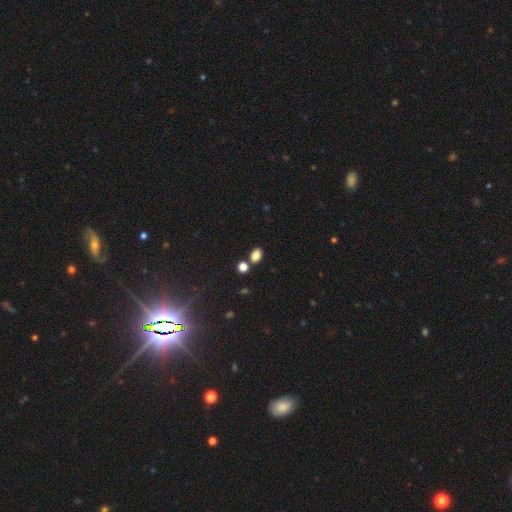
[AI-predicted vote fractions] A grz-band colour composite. It shows a smooth galaxy with no disk features (82%) that is in between round and cigar-shaped (76%). Merging: none (74%).